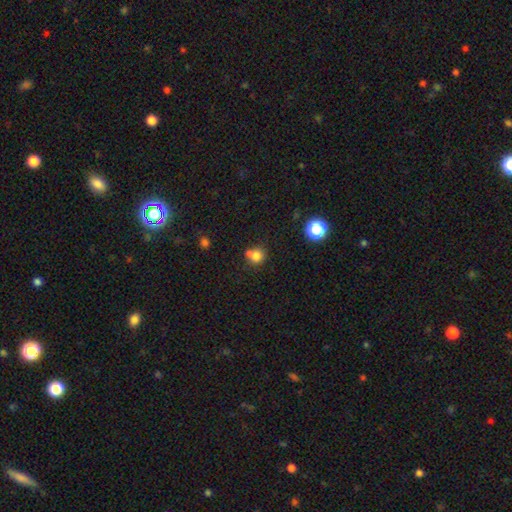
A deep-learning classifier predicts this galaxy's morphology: This appears to be a smooth galaxy with no disk features (79%) that is round (86%). Merging: none (53%).